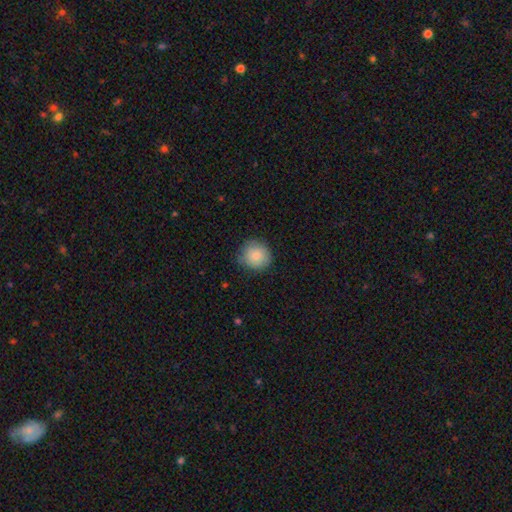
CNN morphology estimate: This is clearly a smooth galaxy (85%). How rounded: clearly round (89%). Merging: likely none (78%).